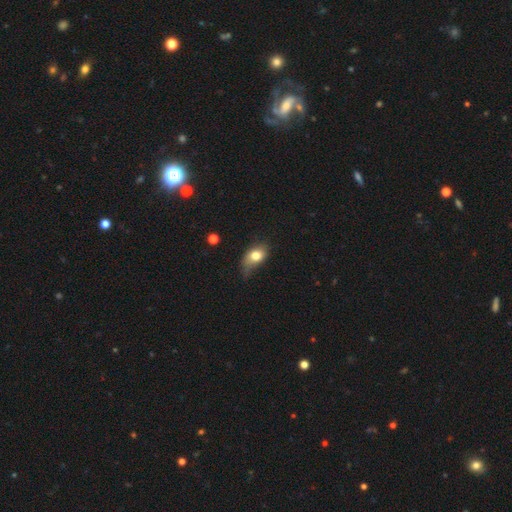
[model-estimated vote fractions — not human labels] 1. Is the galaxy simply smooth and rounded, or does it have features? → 75% smooth, 16% featured or disk, 9% star or artifact.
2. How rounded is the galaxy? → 76% in between, 21% round, 3% cigar-shaped.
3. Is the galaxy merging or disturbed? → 40% minor disturbance, 36% none, 21% major disturbance, 3% merger.